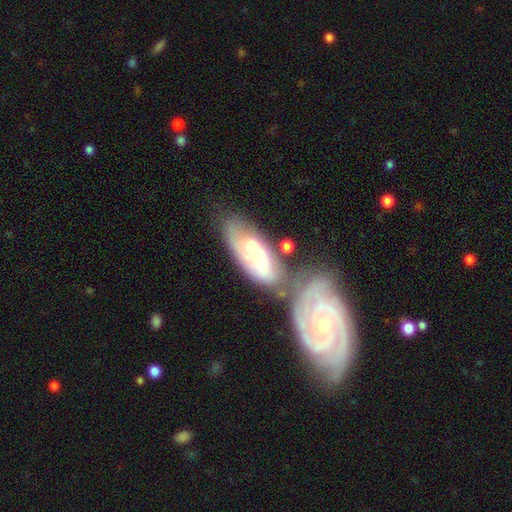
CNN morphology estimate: Smooth or featured? Predicted: featured or disk (p=0.57). Edge-on disk? Predicted: no (p=0.90). Bar? Predicted: no (p=0.65). Spiral arms? Predicted: yes (p=0.86). Bulge size? Predicted: small (p=0.58). Merging? Predicted: merger (p=0.40).